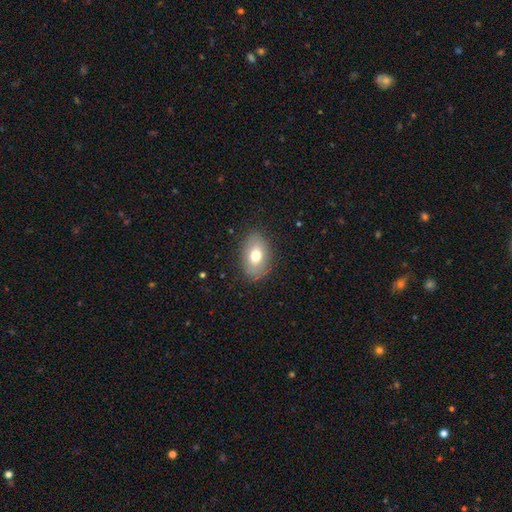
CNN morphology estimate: Smooth or featured?
  - smooth: 71% *
  - featured or disk: 20%
  - star or artifact: 9%
How rounded?
  - in between: 84% *
  - round: 15%
  - cigar-shaped: 1%
Merging?
  - none: 85% *
  - minor disturbance: 11%
  - major disturbance: 3%
  - merger: 1%